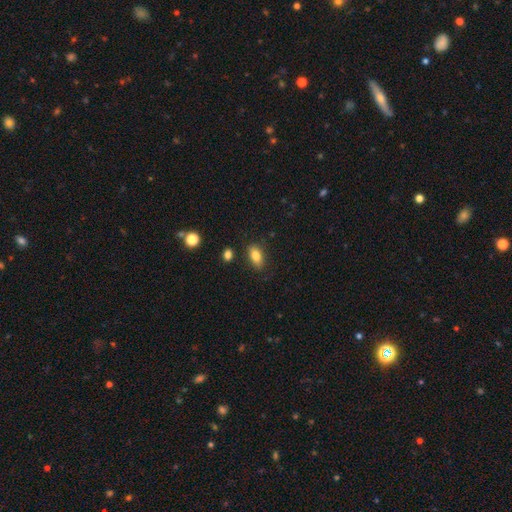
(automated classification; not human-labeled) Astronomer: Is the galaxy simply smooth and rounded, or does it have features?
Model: smooth — 82%.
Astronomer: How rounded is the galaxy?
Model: in between — 87%.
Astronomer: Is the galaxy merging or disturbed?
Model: none — 81%.